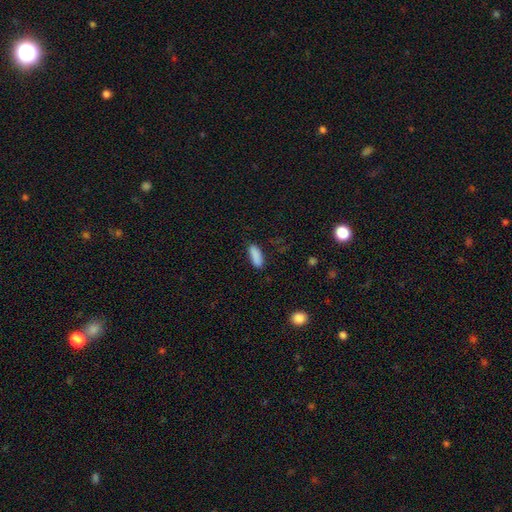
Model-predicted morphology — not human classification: The model was most divided on "how rounded": in between: 64%, cigar-shaped: 34%, round: 2%. More confident: smooth or featured — smooth (88%); merging — none (81%).